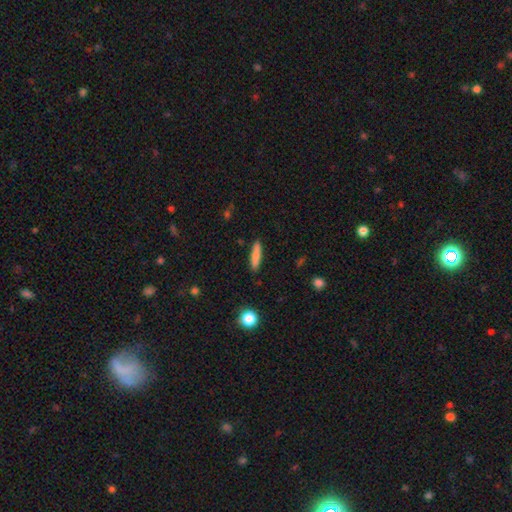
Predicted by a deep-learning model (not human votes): The model was most divided on "smooth or featured": smooth: 81%, featured or disk: 12%, star or artifact: 7%. More confident: merging — none (89%); how rounded — cigar-shaped (86%).